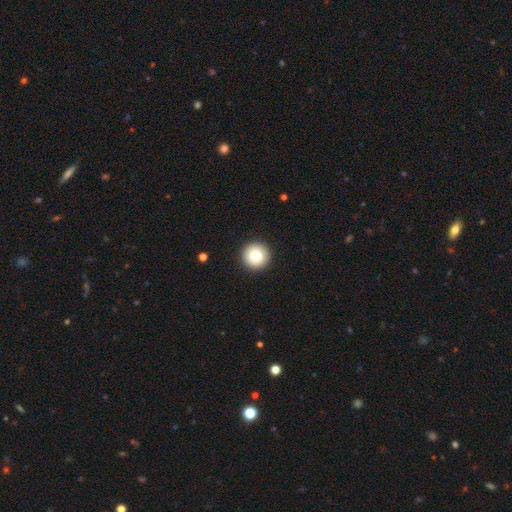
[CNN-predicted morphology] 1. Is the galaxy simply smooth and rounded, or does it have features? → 80% smooth, 11% featured or disk, 9% star or artifact.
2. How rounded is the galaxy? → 96% round, 3% in between, 1% cigar-shaped.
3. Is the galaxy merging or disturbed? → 93% none, 4% minor disturbance, 1% major disturbance, 1% merger.